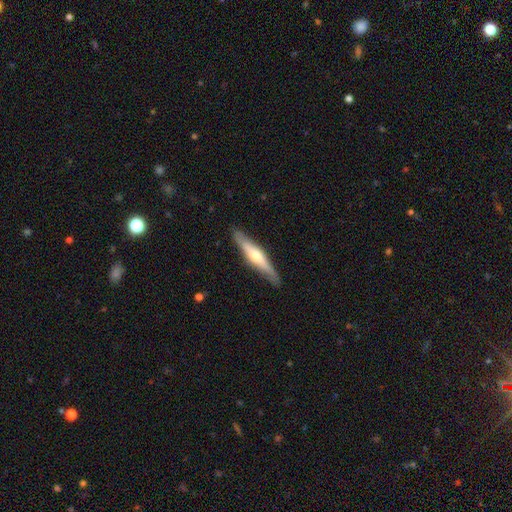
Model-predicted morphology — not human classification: The model was most divided on "smooth or featured": featured or disk: 57%, smooth: 38%, star or artifact: 5%. More confident: edge-on disk — yes (92%); merging — none (86%); edge-on bulge — rounded (82%).